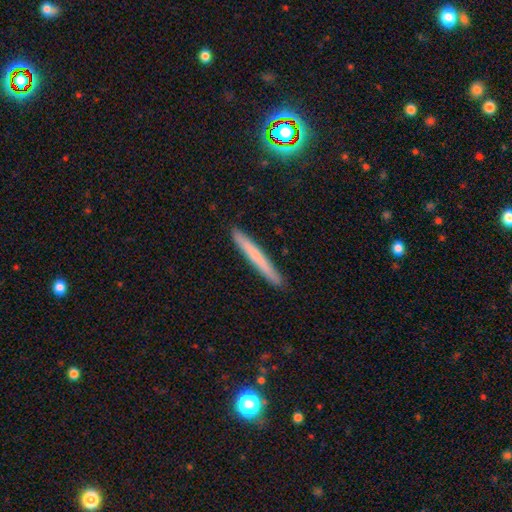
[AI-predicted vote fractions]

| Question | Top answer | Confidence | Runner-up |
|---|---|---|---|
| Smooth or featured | smooth | 61% | featured or disk (32%) |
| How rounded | cigar-shaped | 97% | in between (2%) |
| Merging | none | 92% | minor disturbance (6%) |